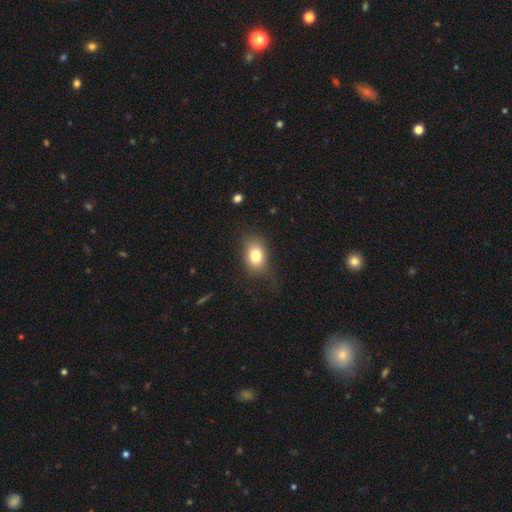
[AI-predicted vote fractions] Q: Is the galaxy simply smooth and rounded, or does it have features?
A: smooth — 79%.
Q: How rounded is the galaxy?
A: in between — 71%.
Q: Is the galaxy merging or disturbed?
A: none — 67%.